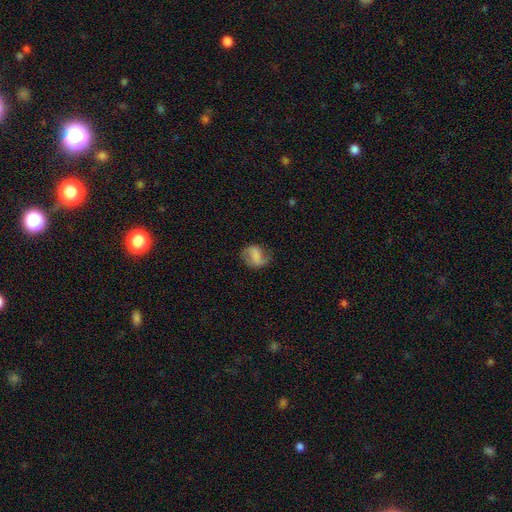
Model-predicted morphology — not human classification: A featured or disk galaxy (52%) with a weak bar (39%), spiral arms (88%) and no central bulge (53%).

Vote fractions:
- Smooth or featured? featured or disk: 52% / smooth: 39% / star or artifact: 9%
- Edge-on disk? no: 97% / yes: 3%
- Bar? weak: 39% / no: 35% / strong: 26%
- Spiral arms? yes: 88% / no: 12%
- Bulge size? none: 53% / small: 18% / moderate: 14% / large: 10% / dominant: 4%
- Merging? none: 65% / minor disturbance: 21% / major disturbance: 12% / merger: 2%